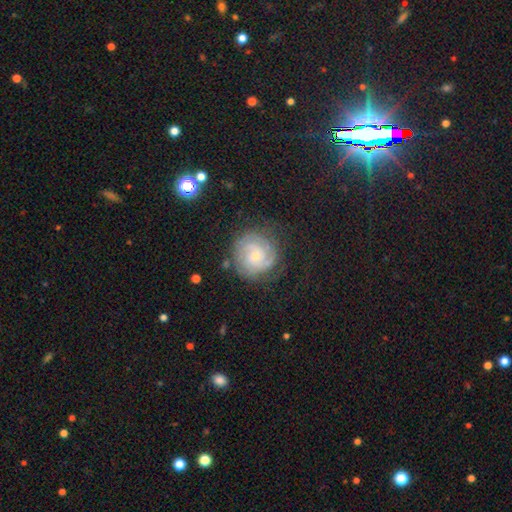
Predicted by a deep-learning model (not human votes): Morphology: type=featured or disk (81%); edge-on=no (98%); bar=no (71%); spiral arms=yes (96%); winding=tight (75%); arm count=2 (33%); bulge=small (72%); merging=none (75%).